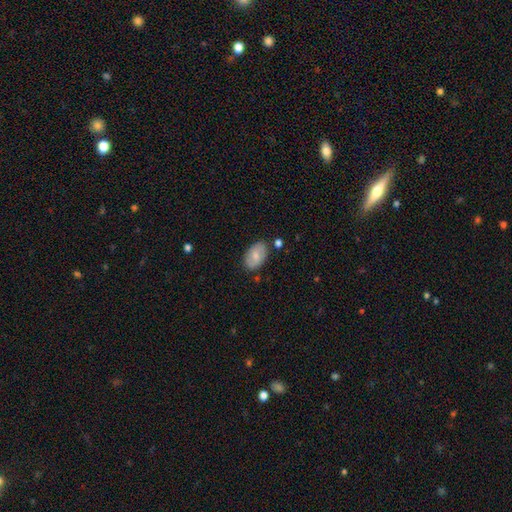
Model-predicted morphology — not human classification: This is likely a smooth galaxy (71%). How rounded: clearly in between (91%). Merging: likely none (80%).